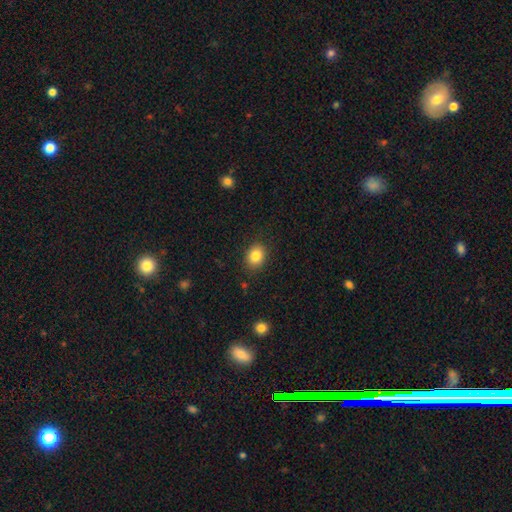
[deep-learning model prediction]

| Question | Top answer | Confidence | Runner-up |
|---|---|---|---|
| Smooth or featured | smooth | 84% | star or artifact (9%) |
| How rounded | in between | 51% | round (48%) |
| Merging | none | 86% | minor disturbance (10%) |